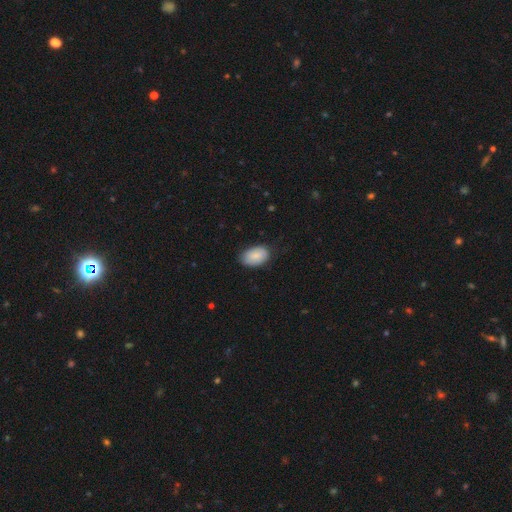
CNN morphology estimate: The model was most divided on "merging": none: 79%, minor disturbance: 17%, major disturbance: 3%, merger: 1%. More confident: how rounded — in between (92%); smooth or featured — smooth (86%).